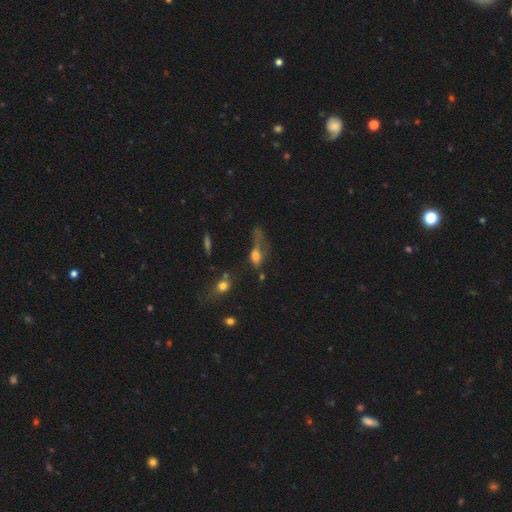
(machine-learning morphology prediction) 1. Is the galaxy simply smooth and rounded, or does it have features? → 58% smooth, 26% featured or disk, 15% star or artifact.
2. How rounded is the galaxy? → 68% in between, 17% cigar-shaped, 15% round.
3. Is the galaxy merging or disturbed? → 49% major disturbance, 21% none, 17% minor disturbance, 12% merger.